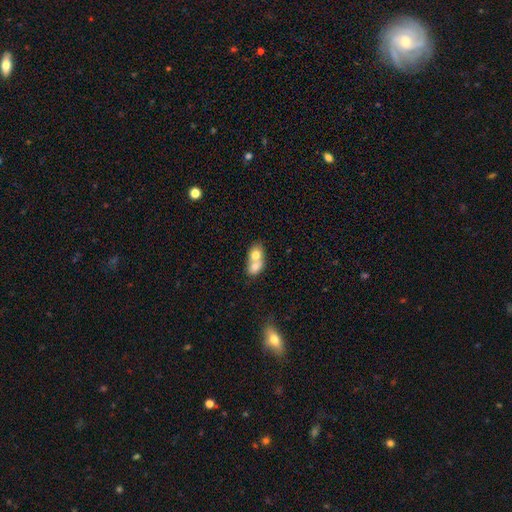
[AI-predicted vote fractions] A smooth galaxy with no disk features (67%) that is in between round and cigar-shaped (59%).

Vote fractions:
- Smooth or featured? smooth: 67% / featured or disk: 25% / star or artifact: 7%
- How rounded? in between: 59% / round: 40% / cigar-shaped: 2%
- Merging? merger: 77% / none: 15% / minor disturbance: 5% / major disturbance: 3%